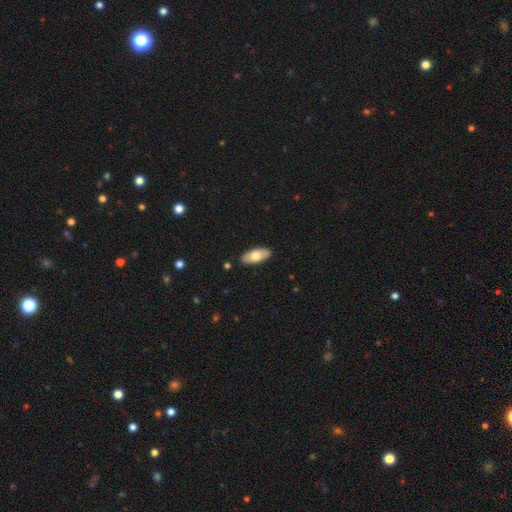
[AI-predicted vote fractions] This is likely a smooth galaxy (67%). How rounded: clearly in between (90%). Merging: clearly none (88%).